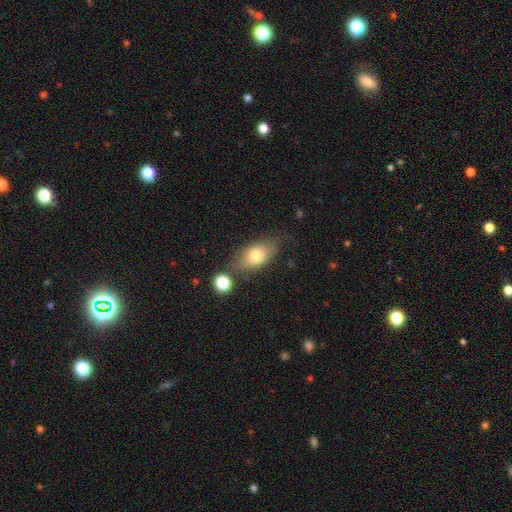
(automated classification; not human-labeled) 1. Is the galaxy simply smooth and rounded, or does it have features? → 73% smooth, 19% featured or disk, 8% star or artifact.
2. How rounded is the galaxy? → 85% in between, 9% round, 6% cigar-shaped.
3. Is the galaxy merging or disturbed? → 62% none, 21% minor disturbance, 9% merger, 8% major disturbance.